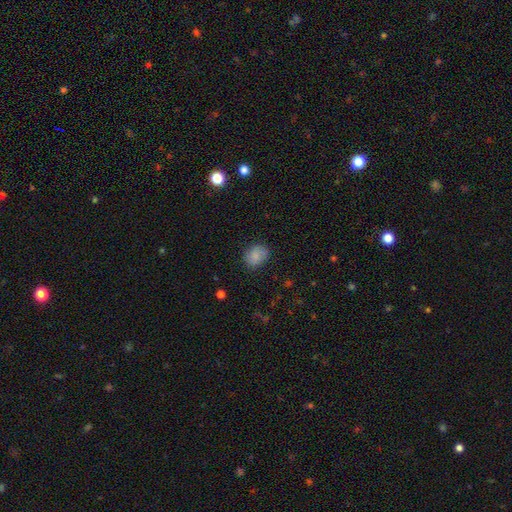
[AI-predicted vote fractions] Smooth or featured? smooth (83%)
How rounded? round (52%)
Merging? none (81%)